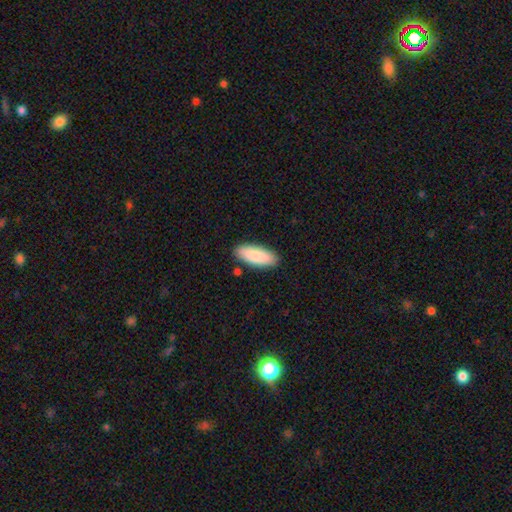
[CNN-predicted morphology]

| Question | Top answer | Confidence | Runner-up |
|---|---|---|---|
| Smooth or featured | smooth | 87% | featured or disk (7%) |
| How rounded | in between | 74% | cigar-shaped (24%) |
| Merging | none | 86% | minor disturbance (10%) |